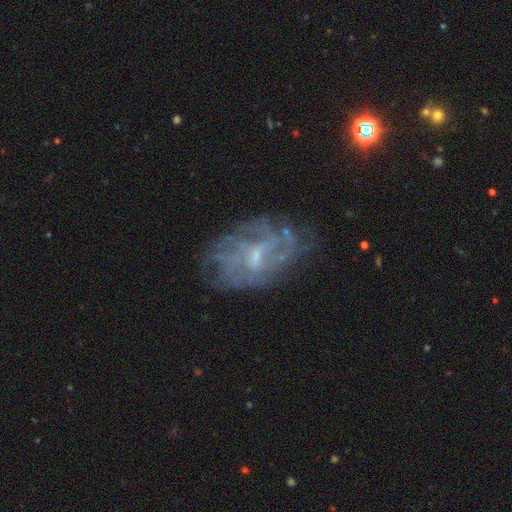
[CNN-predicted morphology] A featured or disk galaxy (77%) with a weak bar (54%), tight (39%) spiral arms (73%) and a small central bulge (54%).

Vote fractions:
- Smooth or featured? featured or disk: 77% / smooth: 13% / star or artifact: 10%
- Edge-on disk? no: 97% / yes: 3%
- Bar? weak: 54% / no: 35% / strong: 11%
- Spiral arms? yes: 73% / no: 27%
- Spiral winding? tight: 39% / medium: 37% / loose: 24%
- Spiral arm count? can't tell: 56% / 4: 14% / 3: 9% / 2: 8% / more than 4: 8% / 1: 5%
- Bulge size? small: 54% / moderate: 28% / none: 16% / large: 1% / dominant: 1%
- Merging? none: 62% / minor disturbance: 20% / major disturbance: 15% / merger: 2%